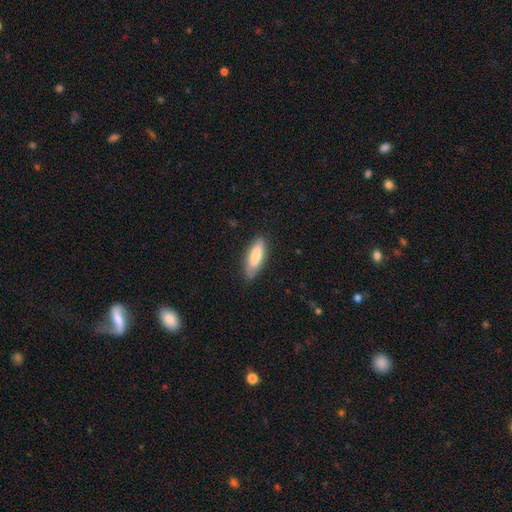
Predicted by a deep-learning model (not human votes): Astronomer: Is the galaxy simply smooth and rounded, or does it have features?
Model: smooth — 80%.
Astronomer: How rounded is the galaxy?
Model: in between — 59% (runner-up: cigar-shaped, 39%).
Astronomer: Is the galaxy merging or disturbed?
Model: none — 79%.